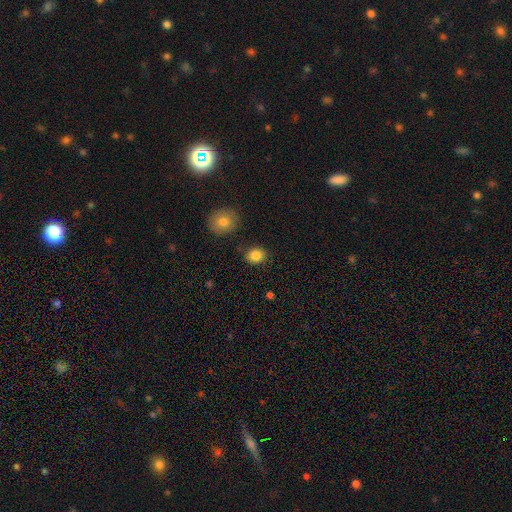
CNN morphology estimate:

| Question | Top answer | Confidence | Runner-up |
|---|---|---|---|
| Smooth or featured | smooth | 85% | star or artifact (10%) |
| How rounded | round | 58% | in between (41%) |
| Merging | none | 82% | minor disturbance (11%) |